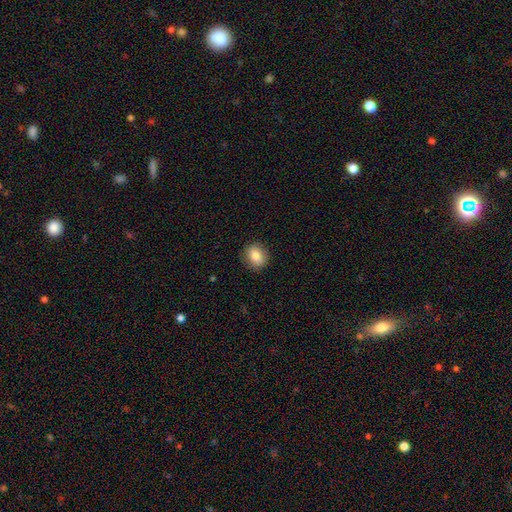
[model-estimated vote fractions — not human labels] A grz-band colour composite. It shows a smooth galaxy with no disk features (83%) that is round (62%). Merging: none (88%).